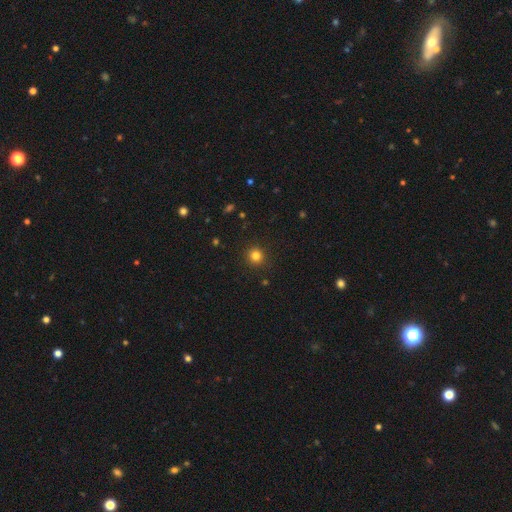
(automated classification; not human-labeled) A smooth galaxy with no disk features (81%) that is round (94%). Merging: none (92%).